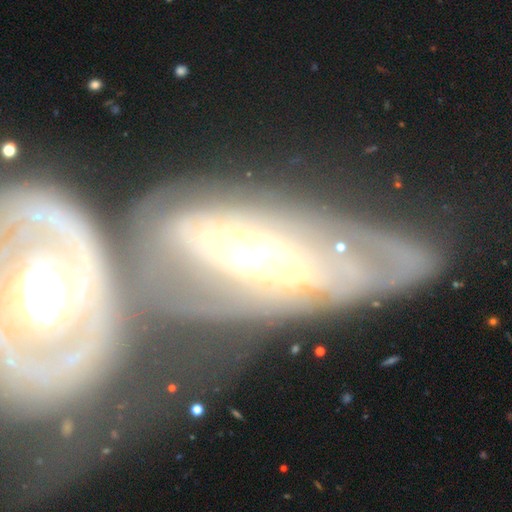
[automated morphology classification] Smooth or featured: featured or disk — 77% (smooth — 15%)
Edge-on disk: no — 80% (yes — 20%)
Bar: no — 61% (weak — 23%)
Spiral arms: yes — 65% (no — 35%)
Bulge size: moderate — 59% (large — 26%)
Merging: merger — 37% (none — 29%)